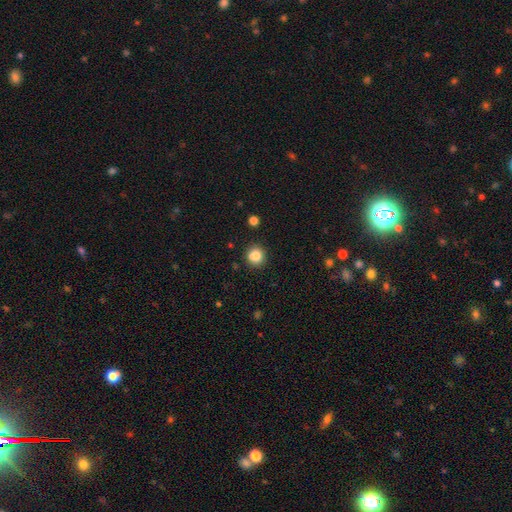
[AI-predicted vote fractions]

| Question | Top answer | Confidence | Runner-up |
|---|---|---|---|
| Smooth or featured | smooth | 84% | star or artifact (11%) |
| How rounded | round | 89% | in between (11%) |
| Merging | none | 81% | minor disturbance (10%) |